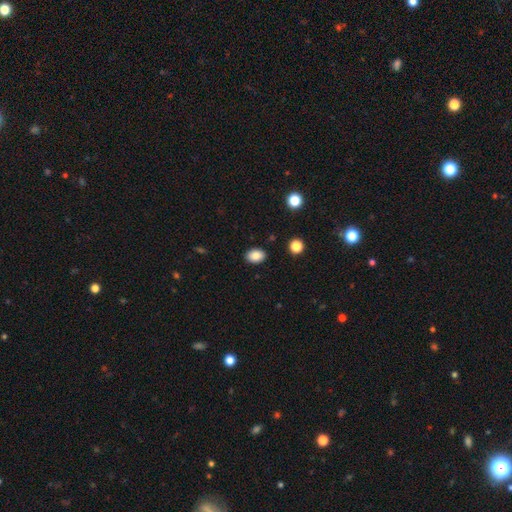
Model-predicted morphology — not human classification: A smooth galaxy with no disk features (86%) that is in between round and cigar-shaped (80%).

Vote fractions:
- Smooth or featured? smooth: 86% / star or artifact: 9% / featured or disk: 5%
- How rounded? in between: 80% / round: 19% / cigar-shaped: 1%
- Merging? none: 88% / minor disturbance: 8% / major disturbance: 2% / merger: 1%